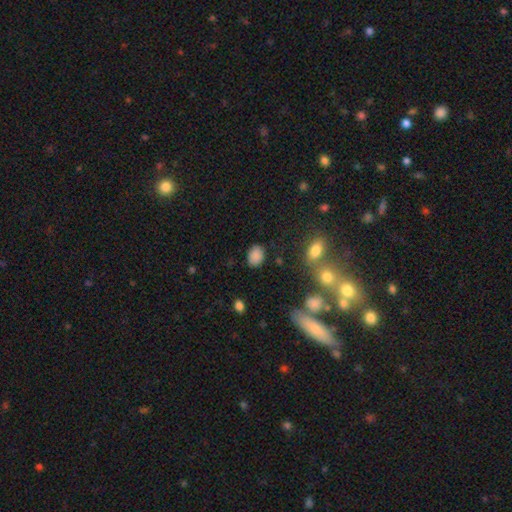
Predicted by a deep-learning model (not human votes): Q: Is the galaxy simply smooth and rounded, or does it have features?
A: smooth — 84%.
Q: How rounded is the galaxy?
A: in between — 70%.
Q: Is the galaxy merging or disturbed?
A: none — 81%.